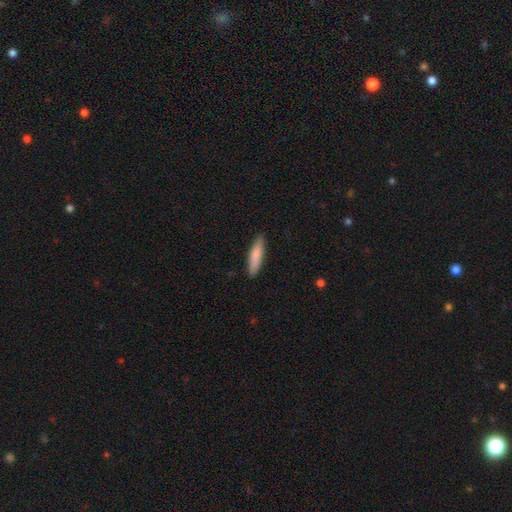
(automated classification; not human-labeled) Overall: smooth (82%). How rounded: cigar-shaped (77%). Merging: none (88%).